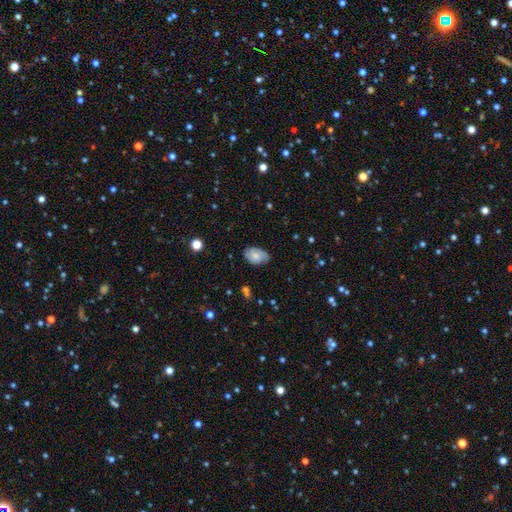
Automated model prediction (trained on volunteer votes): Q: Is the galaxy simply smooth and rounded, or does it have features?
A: smooth — 58%.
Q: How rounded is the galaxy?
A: in between — 88%.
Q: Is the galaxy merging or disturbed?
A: none — 71%.